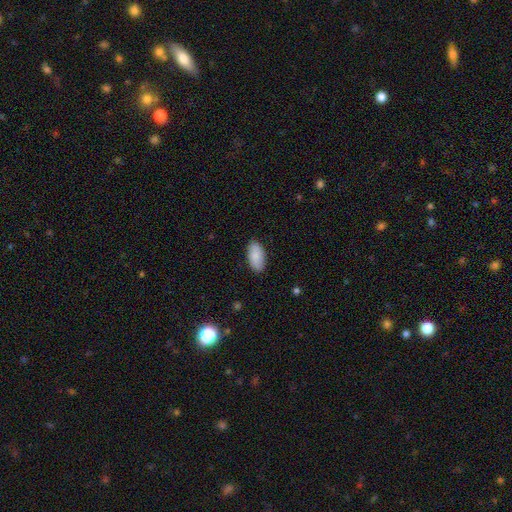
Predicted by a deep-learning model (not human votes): Smooth or featured: smooth — 85% (featured or disk — 10%)
How rounded: in between — 94% (cigar-shaped — 3%)
Merging: none — 87% (minor disturbance — 10%)